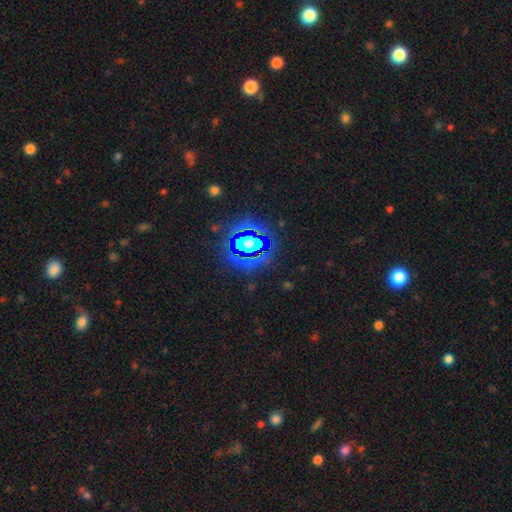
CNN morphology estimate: smooth_or_featured: star or artifact (p=0.80) [alt: smooth p=0.13]